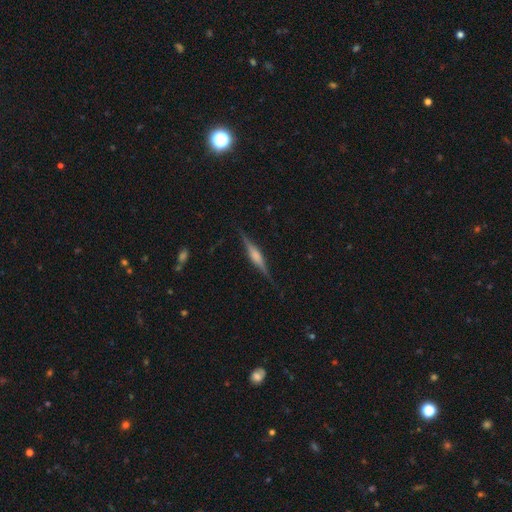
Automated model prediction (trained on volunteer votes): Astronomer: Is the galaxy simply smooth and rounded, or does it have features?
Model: featured or disk — 73%.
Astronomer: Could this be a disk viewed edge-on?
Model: yes — 98%.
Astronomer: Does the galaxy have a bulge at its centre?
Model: rounded — 66%.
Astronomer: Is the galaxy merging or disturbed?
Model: none — 86%.